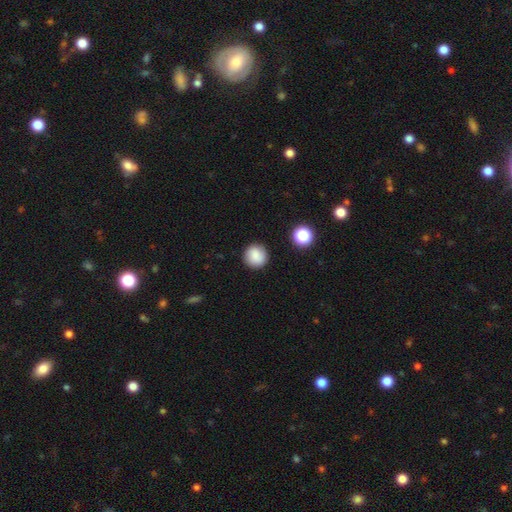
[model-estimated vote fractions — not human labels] Q: Smooth or featured?
A: smooth (84%); runner-up: star or artifact (9%)
Q: How rounded?
A: round (92%); runner-up: in between (7%)
Q: Merging?
A: none (88%); runner-up: minor disturbance (8%)